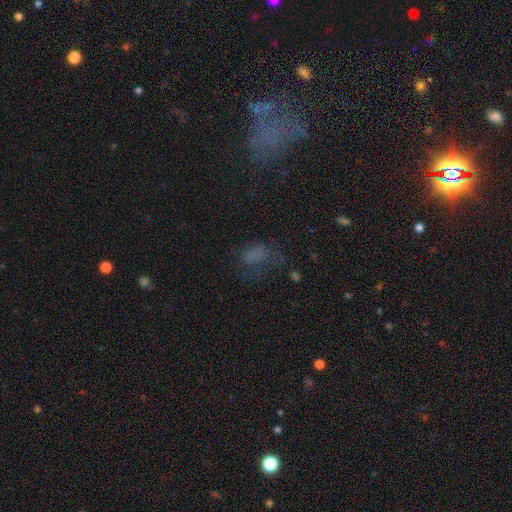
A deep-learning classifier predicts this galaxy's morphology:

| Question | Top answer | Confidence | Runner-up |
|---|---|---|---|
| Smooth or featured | smooth | 56% | star or artifact (26%) |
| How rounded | in between | 77% | round (20%) |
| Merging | none | 40% | major disturbance (34%) |